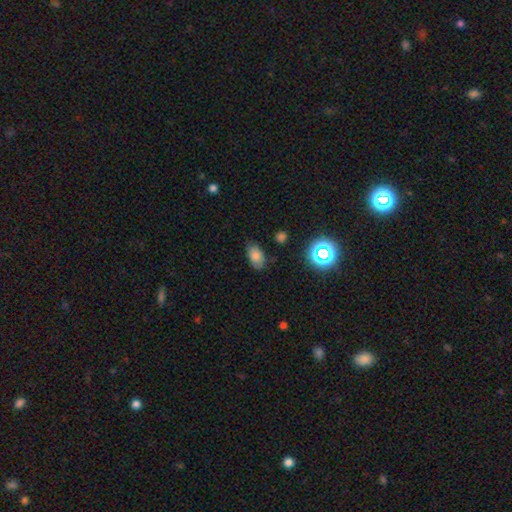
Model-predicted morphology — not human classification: A smooth galaxy with no disk features (76%) that is in between round and cigar-shaped (90%). Merging: none (78%).